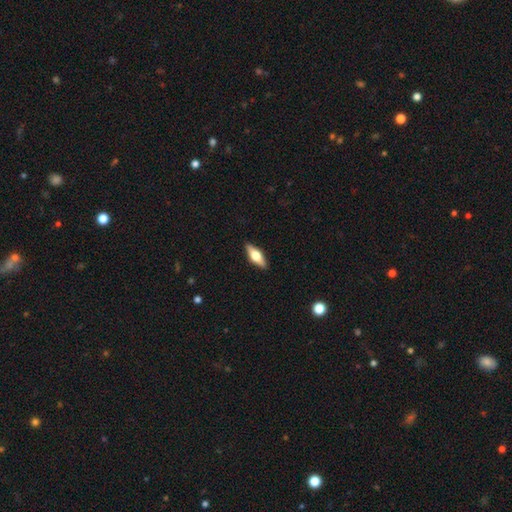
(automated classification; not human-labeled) A smooth galaxy with no disk features (47%, tied with featured or disk). Merging: none (89%).